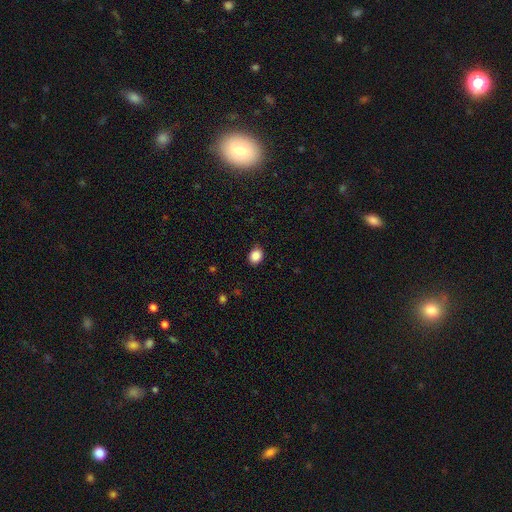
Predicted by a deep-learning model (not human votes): Morphology: type=smooth (88%); roundness=in between (52%); merging=none (86%).